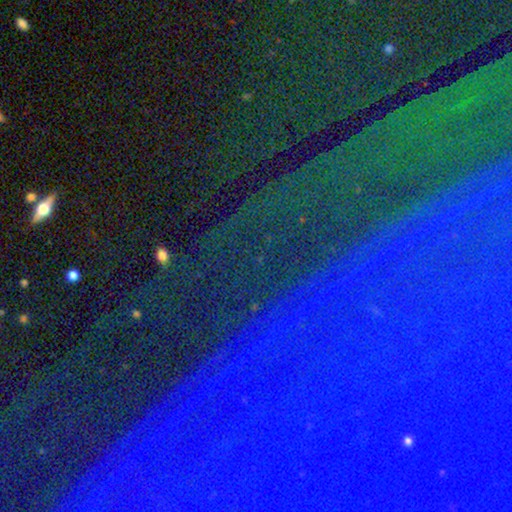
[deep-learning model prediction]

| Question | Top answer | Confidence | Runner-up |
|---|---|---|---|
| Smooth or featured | star or artifact | 86% | featured or disk (8%) |